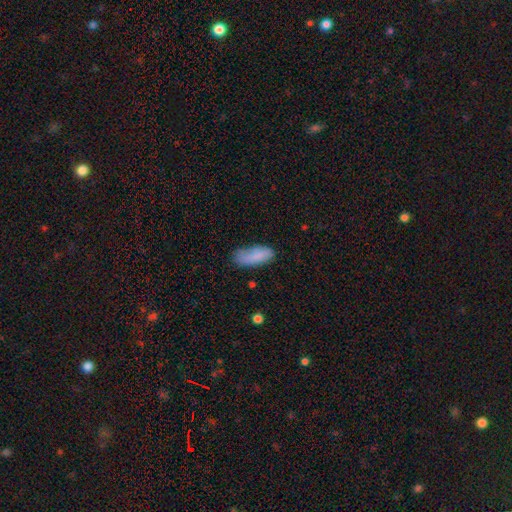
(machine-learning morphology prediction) Smooth or featured? smooth (84%)
How rounded? in between (76%)
Merging? none (62%)